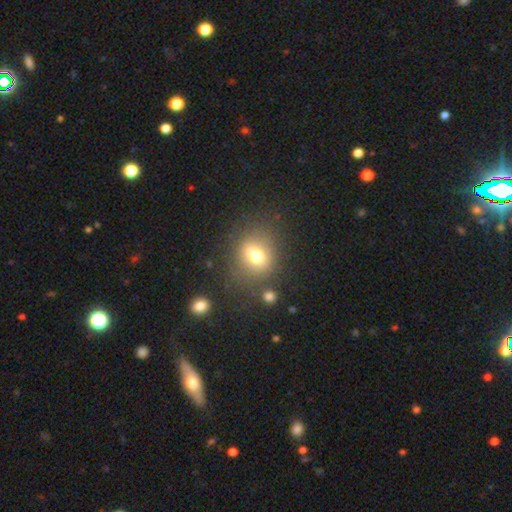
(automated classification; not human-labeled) smooth_or_featured: smooth (p=0.70) [alt: featured or disk p=0.15]
how_rounded: round (p=0.64) [alt: in between p=0.35]
merging: none (p=0.75) [alt: minor disturbance p=0.13]